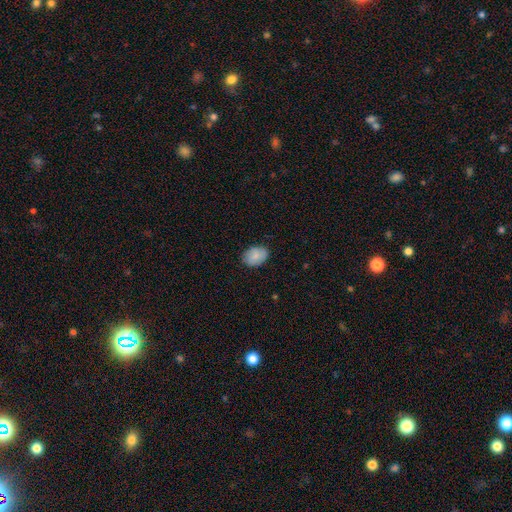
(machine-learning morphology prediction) Smooth or featured: smooth — 83% (featured or disk — 10%)
How rounded: in between — 73% (round — 26%)
Merging: none — 83% (minor disturbance — 13%)